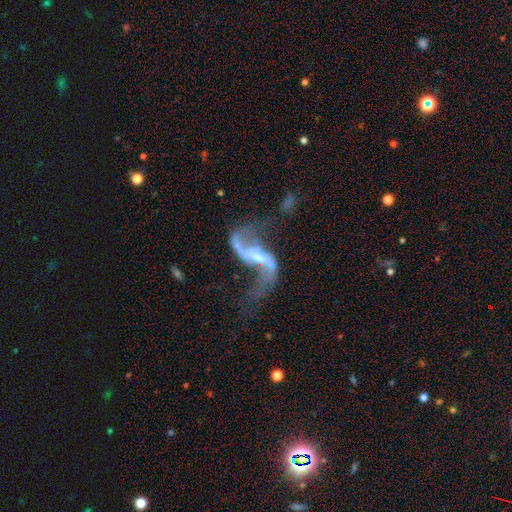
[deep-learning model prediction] smooth_or_featured: featured or disk (p=0.89) [alt: star or artifact p=0.06]
disk_edge_on: no (p=0.96) [alt: yes p=0.04]
bar: weak (p=0.43) [alt: strong p=0.34]
has_spiral_arms: yes (p=0.94) [alt: no p=0.06]
spiral_winding: loose (p=0.90) [alt: medium p=0.08]
spiral_arm_count: 2 (p=0.92) [alt: 1 p=0.03]
bulge_size: small (p=0.52) [alt: moderate p=0.24]
merging: none (p=0.49) [alt: major disturbance p=0.25]